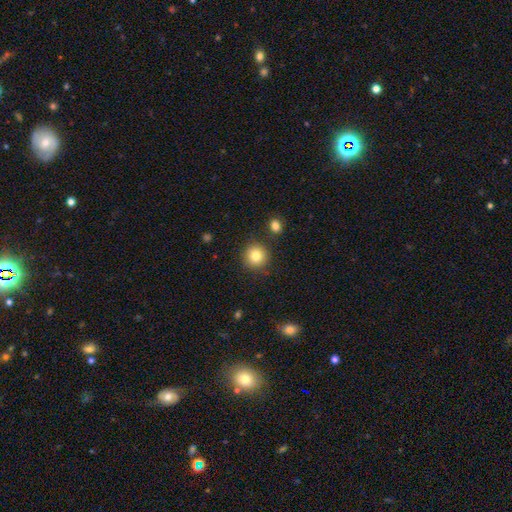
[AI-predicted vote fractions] smooth-or-featured: smooth: 83% | star or artifact: 10% | featured or disk: 7%
  how-rounded: round: 93% | in between: 6% | cigar-shaped: 1%
  merging: none: 87% | minor disturbance: 7% | merger: 4% | major disturbance: 2%